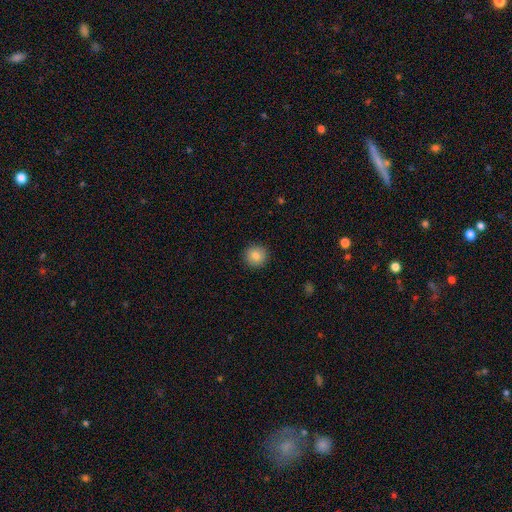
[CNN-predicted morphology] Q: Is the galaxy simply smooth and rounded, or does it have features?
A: smooth — 83%.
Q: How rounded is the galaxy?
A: round — 95%.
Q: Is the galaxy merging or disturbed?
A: none — 92%.